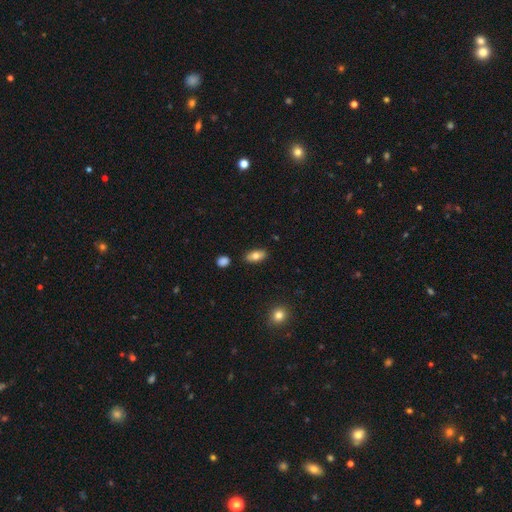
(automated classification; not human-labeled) A smooth galaxy with no disk features (76%) that is in between round and cigar-shaped (89%).

Vote fractions:
- Smooth or featured? smooth: 76% / featured or disk: 16% / star or artifact: 7%
- How rounded? in between: 89% / cigar-shaped: 7% / round: 4%
- Merging? none: 86% / minor disturbance: 10% / merger: 2% / major disturbance: 2%